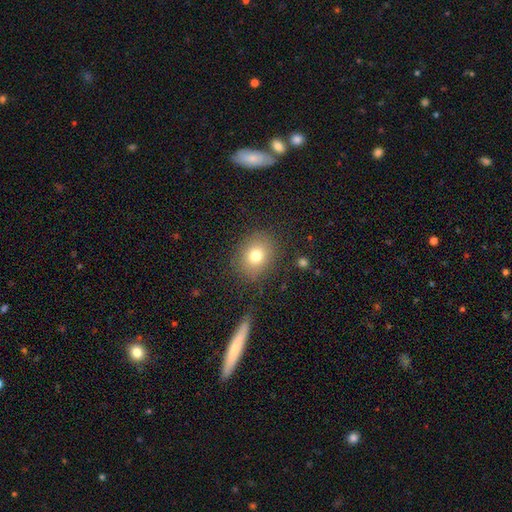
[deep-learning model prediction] A smooth galaxy with no disk features (77%) that is round (59%).

Vote fractions:
- Smooth or featured? smooth: 77% / star or artifact: 12% / featured or disk: 11%
- How rounded? round: 59% / in between: 40% / cigar-shaped: 1%
- Merging? none: 84% / minor disturbance: 11% / major disturbance: 4% / merger: 2%